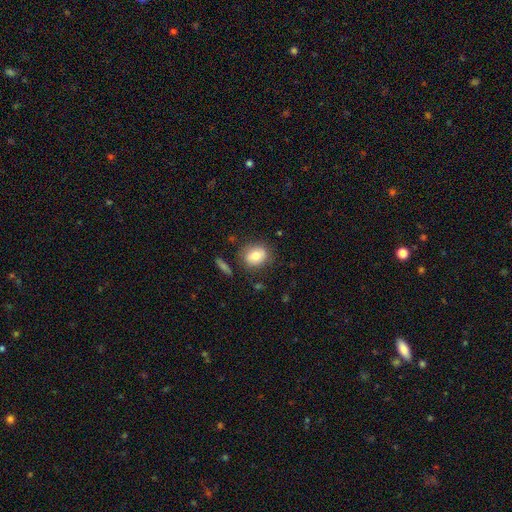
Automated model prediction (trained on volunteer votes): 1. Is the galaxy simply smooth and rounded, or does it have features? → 76% smooth, 16% featured or disk, 9% star or artifact.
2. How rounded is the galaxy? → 59% round, 40% in between, 1% cigar-shaped.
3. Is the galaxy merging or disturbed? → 80% none, 13% minor disturbance, 4% major disturbance, 3% merger.